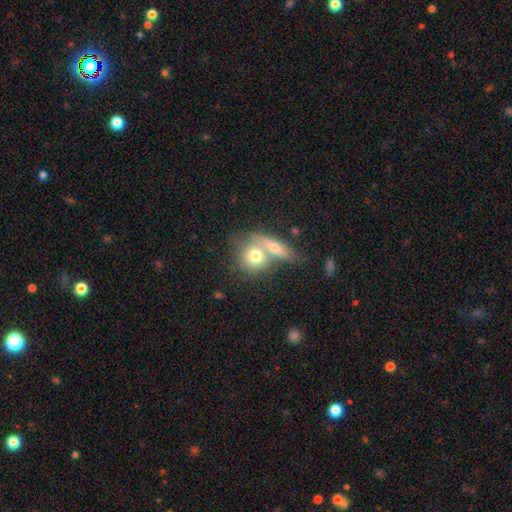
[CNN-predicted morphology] A smooth galaxy with no disk features (70%) that is round (71%). Merging: merger (58%).